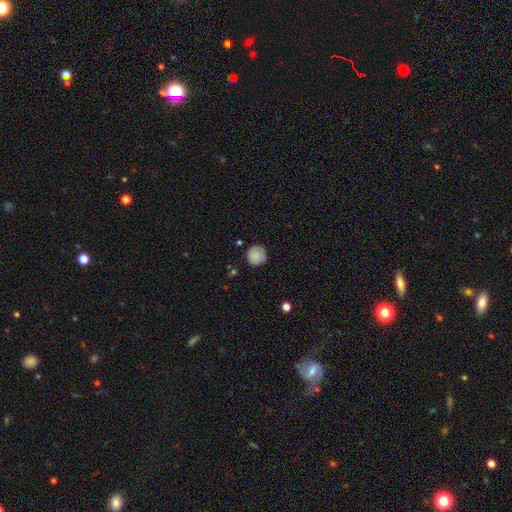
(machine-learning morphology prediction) Smooth or featured?
  - smooth: 81% *
  - featured or disk: 12%
  - star or artifact: 8%
How rounded?
  - round: 93% *
  - in between: 6%
  - cigar-shaped: 1%
Merging?
  - none: 83% *
  - minor disturbance: 13%
  - major disturbance: 3%
  - merger: 2%